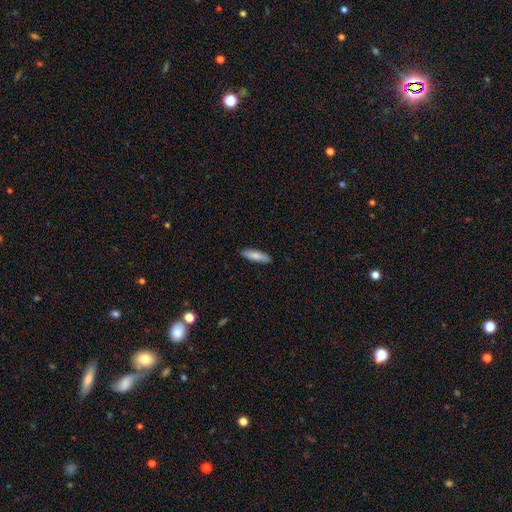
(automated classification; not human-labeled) Smooth or featured? smooth (82%)
How rounded? cigar-shaped (66%)
Merging? none (89%)